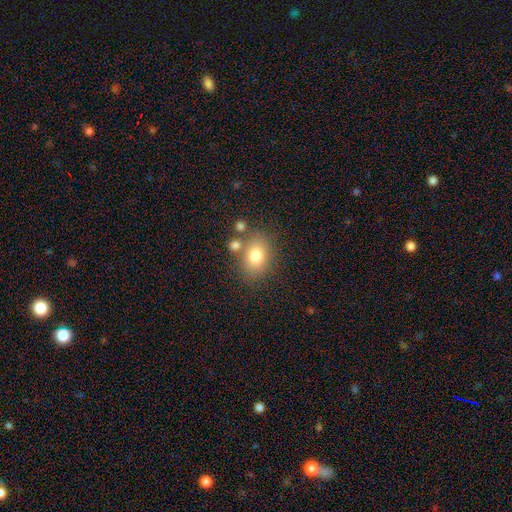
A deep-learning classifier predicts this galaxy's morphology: smooth 78%, featured or disk 12%, star or artifact 10%. Down the decision tree: how rounded — in between (70%); merging — none (68%).